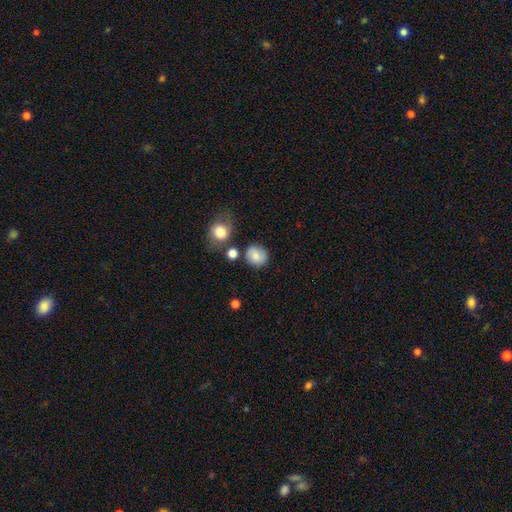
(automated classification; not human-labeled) This appears to be a smooth galaxy with no disk features (79%) that is round (83%). Merging: none (76%).